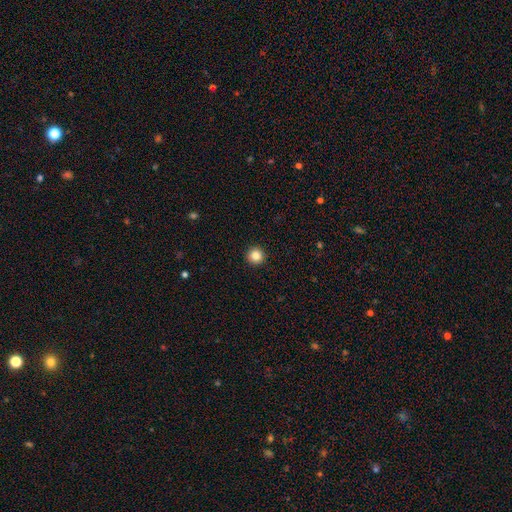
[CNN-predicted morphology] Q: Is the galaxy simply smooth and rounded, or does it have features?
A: smooth — 85%.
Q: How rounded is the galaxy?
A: round — 96%.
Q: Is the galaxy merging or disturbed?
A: none — 94%.